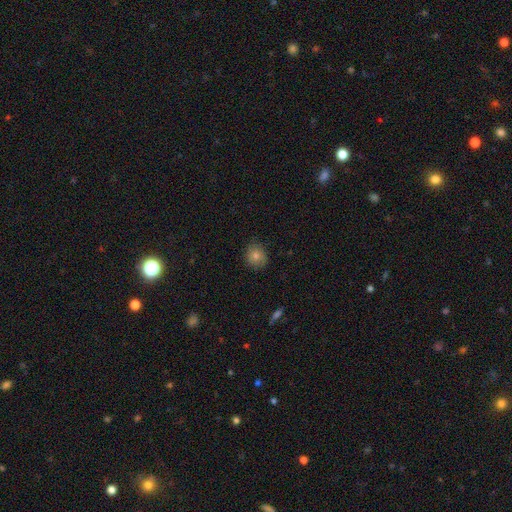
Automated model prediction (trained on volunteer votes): Smooth or featured: smooth — 70% (featured or disk — 18%)
How rounded: round — 83% (in between — 16%)
Merging: none — 81% (minor disturbance — 15%)